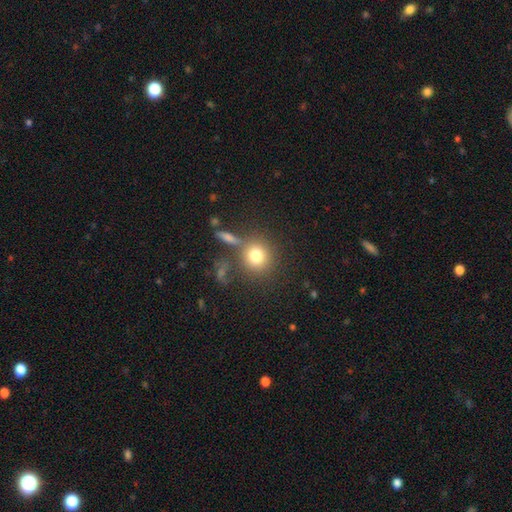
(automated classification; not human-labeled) smooth 78%, star or artifact 11%, featured or disk 10%. Down the decision tree: how rounded — round (87%); merging — none (71%).